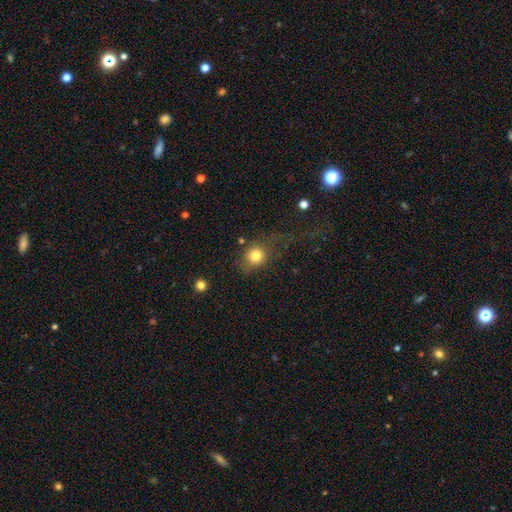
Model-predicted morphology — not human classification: Q: Smooth or featured?
A: smooth (81%); runner-up: star or artifact (11%)
Q: How rounded?
A: round (80%); runner-up: in between (19%)
Q: Merging?
A: none (53%); runner-up: major disturbance (24%)